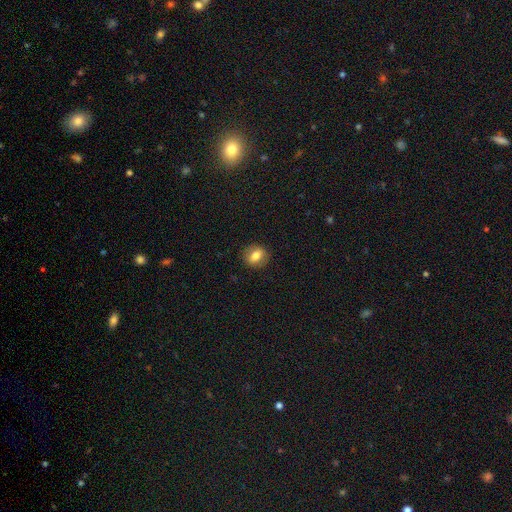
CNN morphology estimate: Smooth or featured: smooth — 74% (featured or disk — 17%)
How rounded: round — 58% (in between — 41%)
Merging: none — 86% (minor disturbance — 10%)